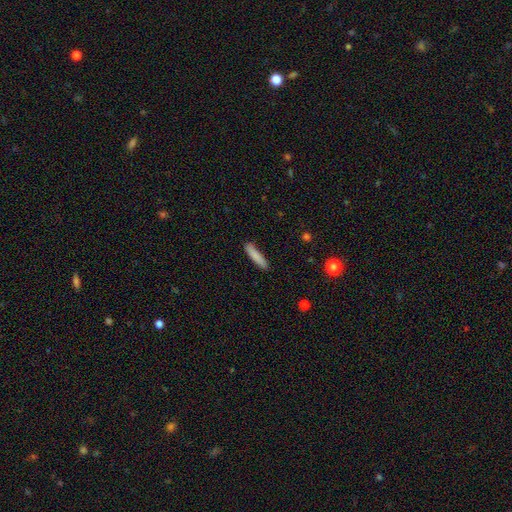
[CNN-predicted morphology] This is clearly a smooth galaxy (84%). How rounded: clearly cigar-shaped (87%). Merging: clearly none (88%).